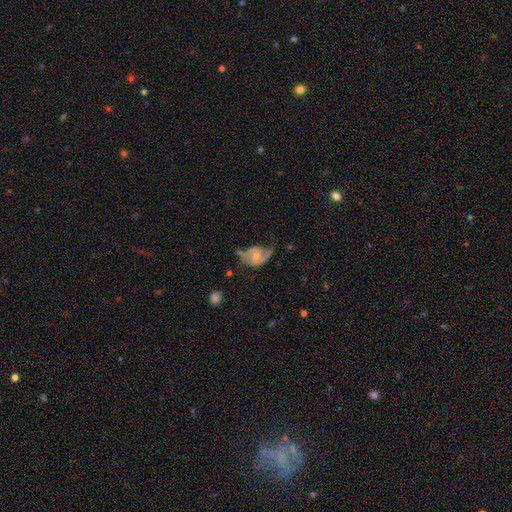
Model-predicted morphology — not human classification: Smooth or featured? featured or disk (73%)
Edge-on disk? no (97%)
Bar? no (50%)
Spiral arms? yes (86%)
Spiral winding? medium (45%)
Spiral arm count? 2 (76%)
Bulge size? small (45%)
Merging? none (41%)